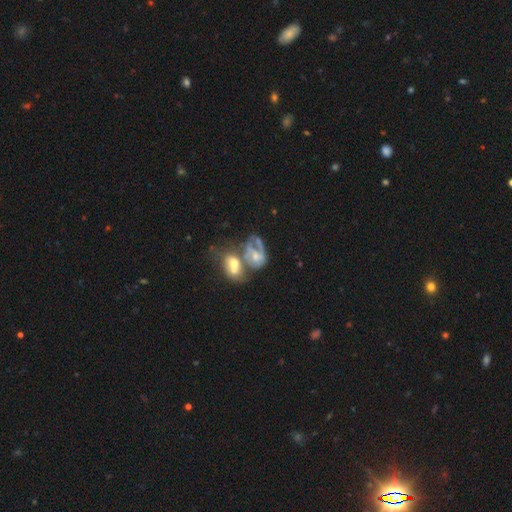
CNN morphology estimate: This appears to be a featured or disk galaxy (60%) with no bar (69%), spiral arms (53%) and a moderate central bulge (42%). Merging: merger (65%).